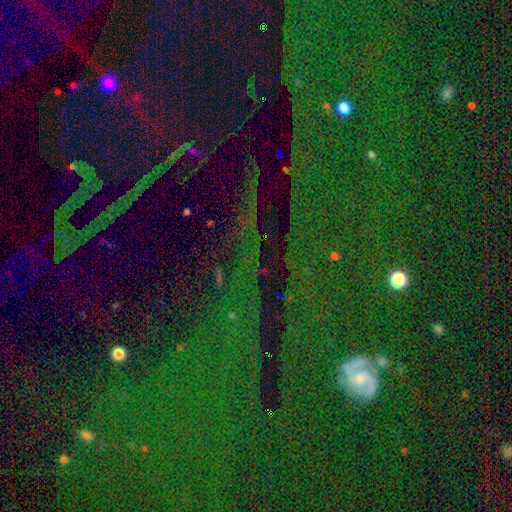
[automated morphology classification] Smooth or featured: star or artifact — 76% (smooth — 13%)